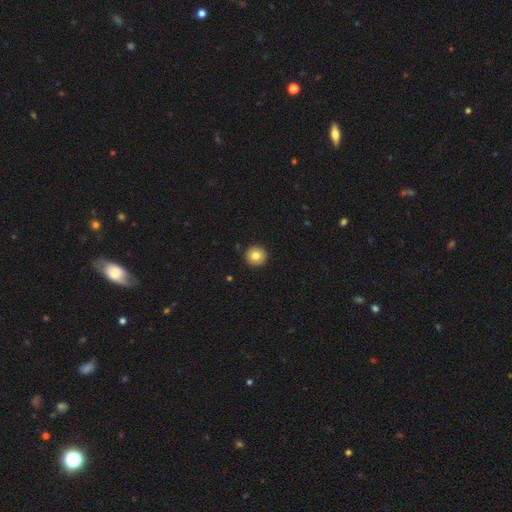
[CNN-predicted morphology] A smooth galaxy with no disk features (81%) that is round (96%). Merging: none (93%).